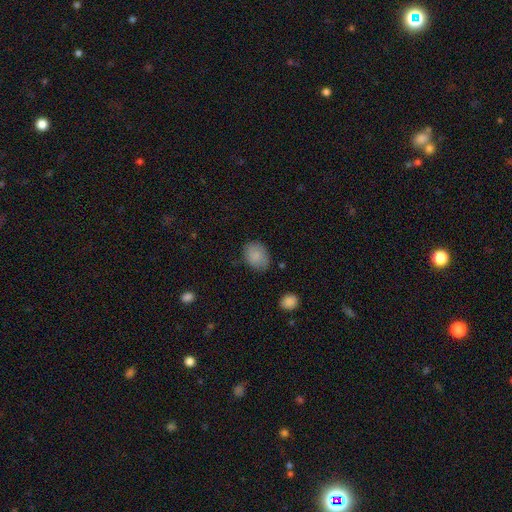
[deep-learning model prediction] This is clearly a smooth galaxy (84%). How rounded: likely in between (63%). Merging: likely none (77%).